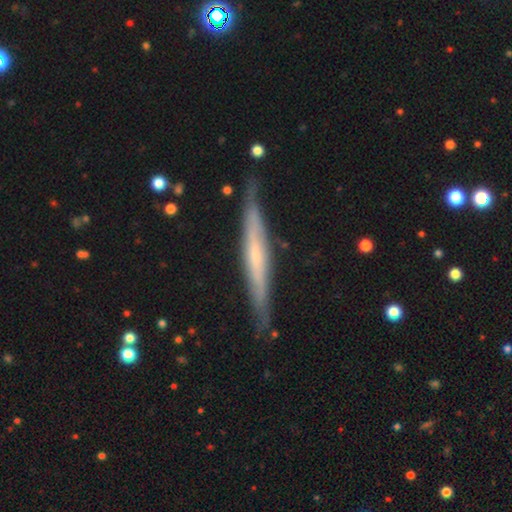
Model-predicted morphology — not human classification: Smooth or featured? featured or disk (64%)
Edge-on disk? yes (92%)
Edge-on bulge? none (58%)
Merging? none (82%)